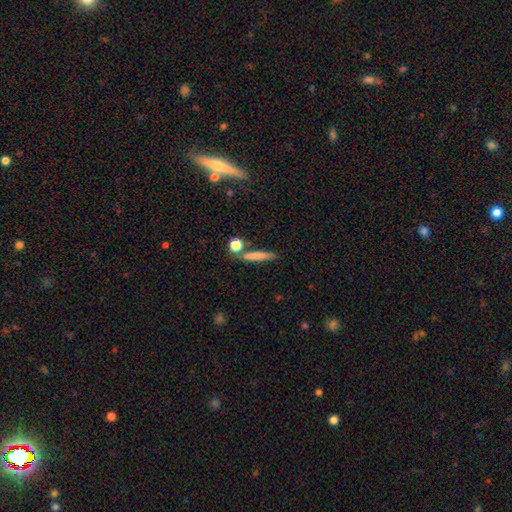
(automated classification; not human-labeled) smooth-or-featured: smooth: 76% | featured or disk: 15% | star or artifact: 9%
  how-rounded: cigar-shaped: 83% | in between: 10% | round: 7%
  merging: none: 75% | merger: 11% | minor disturbance: 10% | major disturbance: 3%